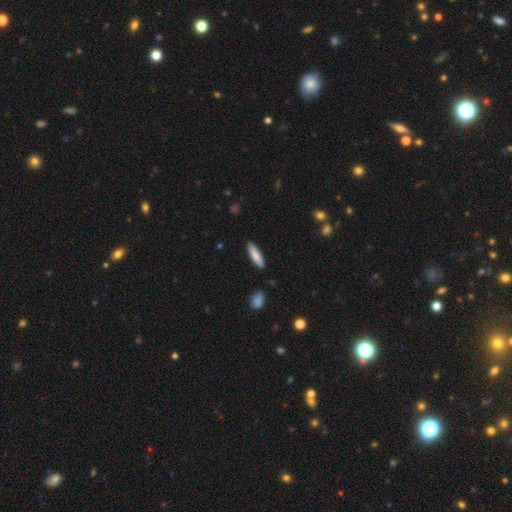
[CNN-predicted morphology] type=smooth (82%); roundness=cigar-shaped (66%); merging=none (88%).